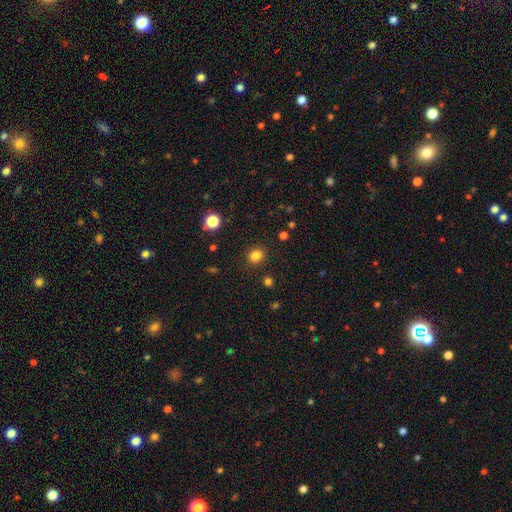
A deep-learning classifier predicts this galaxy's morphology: The model was most divided on "how rounded": round: 74%, in between: 26%, cigar-shaped: 1%. More confident: merging — none (88%); smooth or featured — smooth (83%).